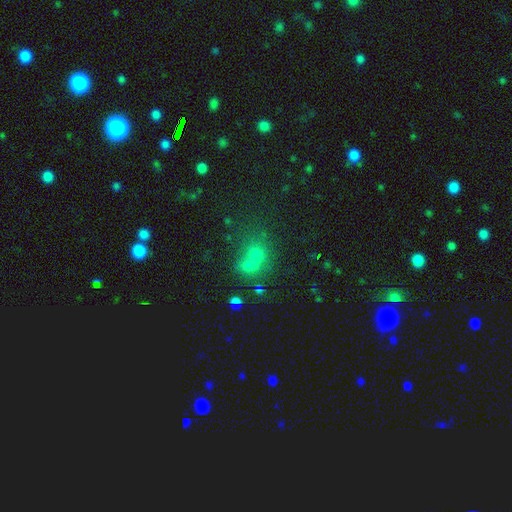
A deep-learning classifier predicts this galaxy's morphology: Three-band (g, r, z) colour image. It shows a smooth galaxy with no disk features (56%) that is round (71%). Merging: merger (50%).